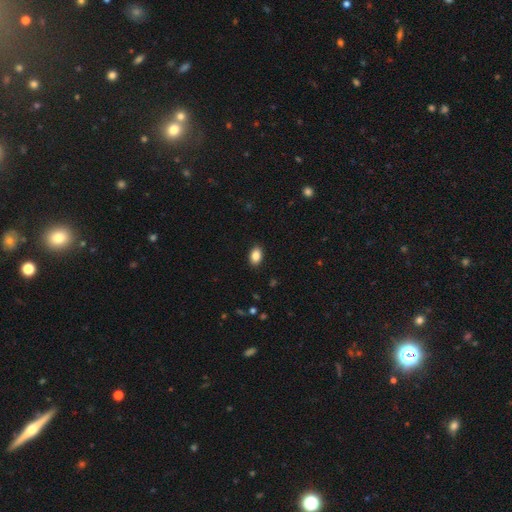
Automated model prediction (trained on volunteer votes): Smooth or featured: smooth — 87% (star or artifact — 8%)
How rounded: in between — 87% (round — 12%)
Merging: none — 89% (minor disturbance — 8%)